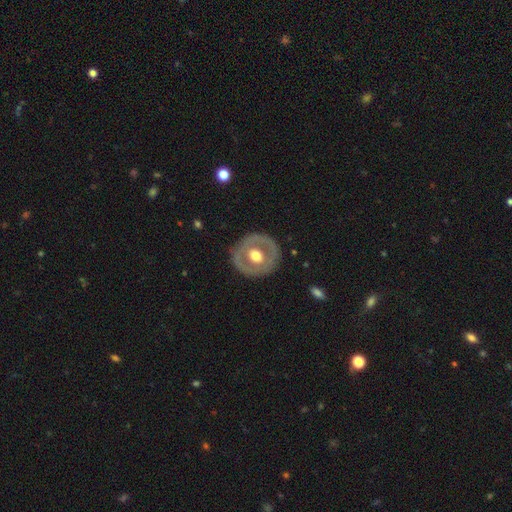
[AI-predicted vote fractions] smooth_or_featured: featured or disk (p=0.58) [alt: smooth p=0.37]
disk_edge_on: no (p=0.94) [alt: yes p=0.06]
bar: no (p=0.74) [alt: weak p=0.19]
has_spiral_arms: no (p=0.88) [alt: yes p=0.12]
bulge_size: moderate (p=0.69) [alt: large p=0.23]
merging: none (p=0.83) [alt: minor disturbance p=0.11]